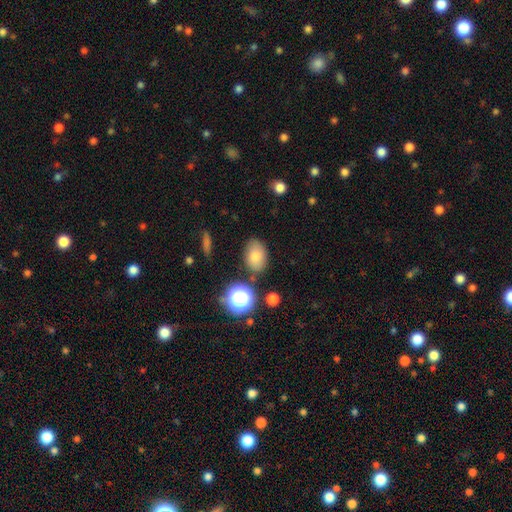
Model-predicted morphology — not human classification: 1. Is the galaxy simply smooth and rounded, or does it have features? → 76% smooth, 13% star or artifact, 12% featured or disk.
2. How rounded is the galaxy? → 79% in between, 20% round, 1% cigar-shaped.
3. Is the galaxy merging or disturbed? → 78% none, 14% minor disturbance, 4% merger, 4% major disturbance.